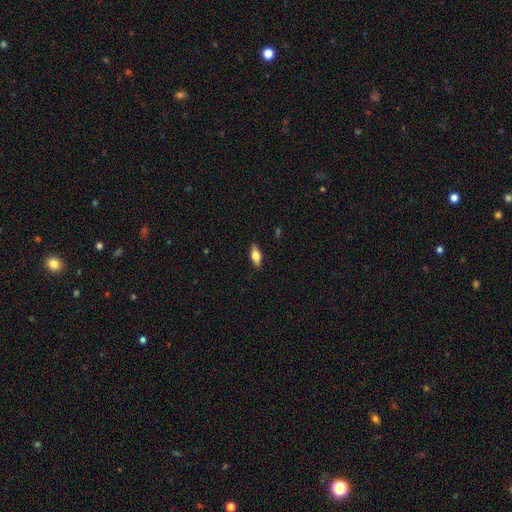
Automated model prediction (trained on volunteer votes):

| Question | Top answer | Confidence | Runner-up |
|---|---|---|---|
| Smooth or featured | smooth | 69% | featured or disk (24%) |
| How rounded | in between | 80% | cigar-shaped (17%) |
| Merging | none | 87% | minor disturbance (10%) |